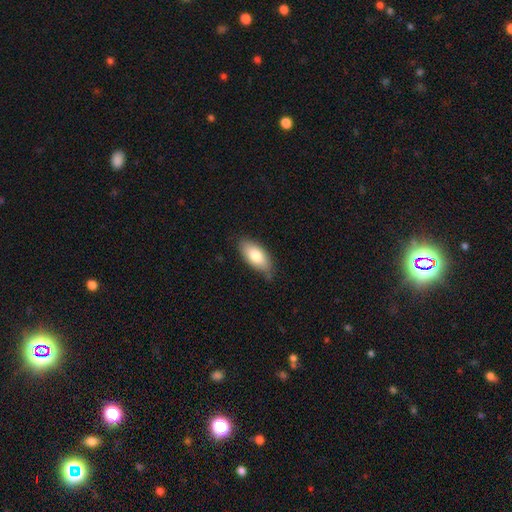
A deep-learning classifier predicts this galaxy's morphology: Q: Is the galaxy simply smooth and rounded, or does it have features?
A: smooth — 80%.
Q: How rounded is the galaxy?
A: in between — 89%.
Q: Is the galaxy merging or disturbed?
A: none — 76%.